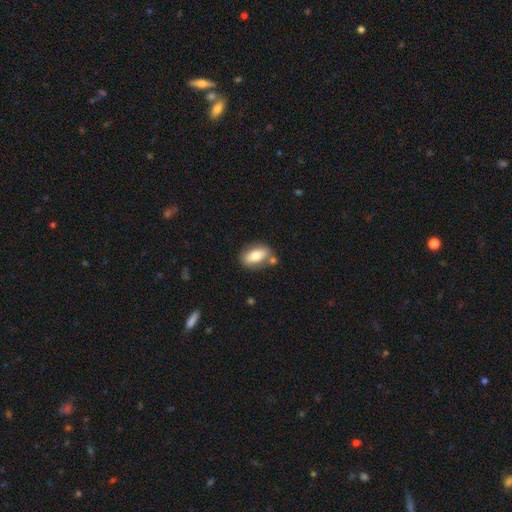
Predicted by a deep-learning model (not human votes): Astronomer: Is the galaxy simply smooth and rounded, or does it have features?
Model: smooth — 72%.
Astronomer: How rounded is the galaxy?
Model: in between — 85%.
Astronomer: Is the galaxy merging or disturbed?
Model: none — 73%.